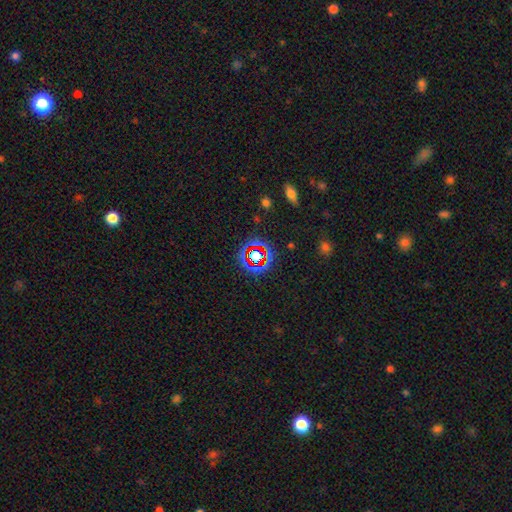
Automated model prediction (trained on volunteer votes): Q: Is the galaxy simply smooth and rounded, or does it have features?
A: star or artifact — 71%.